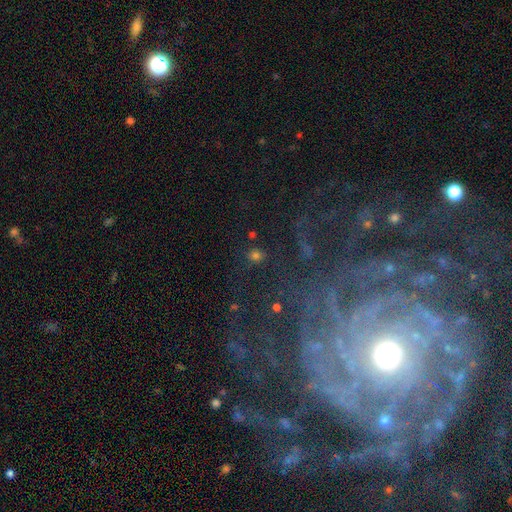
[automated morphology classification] Smooth or featured?
  - smooth: 50% *
  - star or artifact: 32%
  - featured or disk: 18%
How rounded?
  - round: 83% *
  - in between: 15%
  - cigar-shaped: 2%
Merging?
  - none: 81% *
  - minor disturbance: 10%
  - major disturbance: 6%
  - merger: 4%